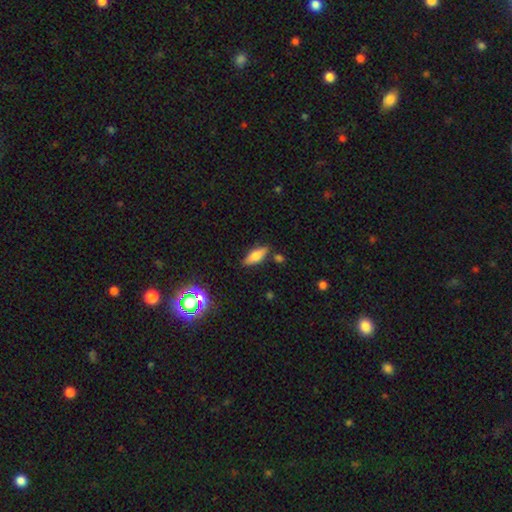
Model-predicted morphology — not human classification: type=smooth (63%); roundness=in between (61%); merging=none (81%).